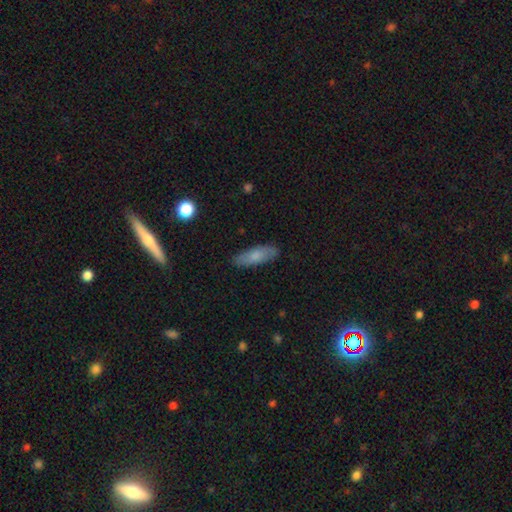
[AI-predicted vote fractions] A smooth galaxy with no disk features (75%) that is in between round and cigar-shaped (57%). Merging: none (85%).